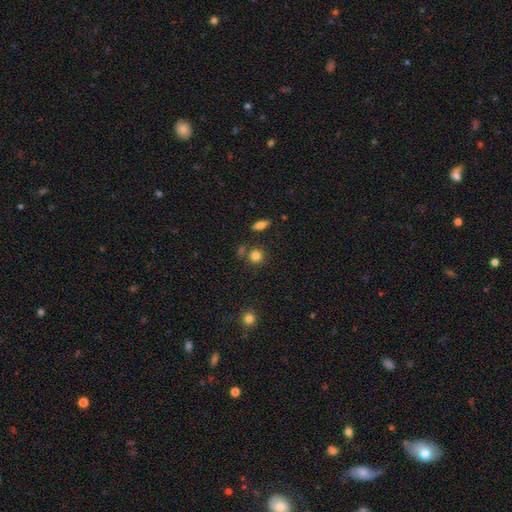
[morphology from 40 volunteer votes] Smooth or featured?
  - smooth: 88% *
  - star or artifact: 10%
  - featured or disk: 2%
How rounded?
  - round: 83% *
  - in between: 14%
  - cigar-shaped: 3%
Merging?
  - none: 69% *
  - minor disturbance: 14%
  - merger: 14%
  - major disturbance: 3%